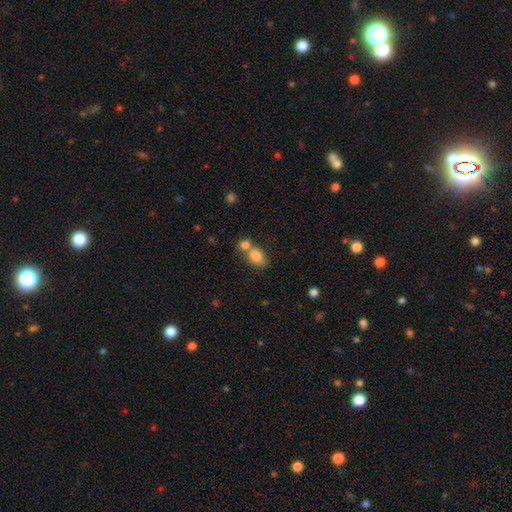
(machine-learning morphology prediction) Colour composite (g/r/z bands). It shows a smooth galaxy with no disk features (81%) that is in between round and cigar-shaped (65%). Merging: merger (43%).